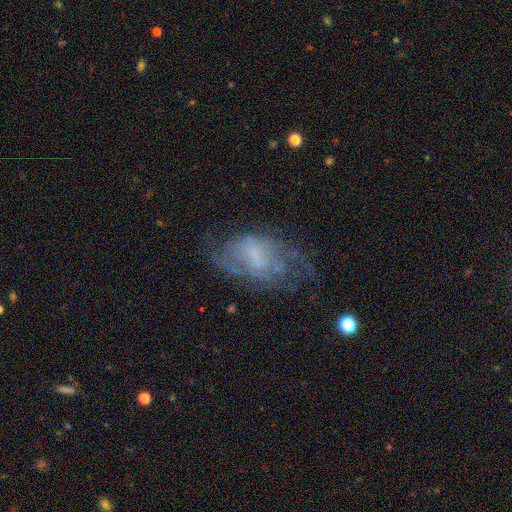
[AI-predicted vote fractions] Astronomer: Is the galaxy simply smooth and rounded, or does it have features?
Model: featured or disk — 64%.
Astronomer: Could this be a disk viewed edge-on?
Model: no — 95%.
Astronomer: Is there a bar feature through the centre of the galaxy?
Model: no — 52% (runner-up: weak, 38%).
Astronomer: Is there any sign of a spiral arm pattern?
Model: yes — 66%.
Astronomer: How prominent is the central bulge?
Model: none — 44% (runner-up: small, 23%).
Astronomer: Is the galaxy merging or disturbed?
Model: none — 49% (runner-up: major disturbance, 25%).